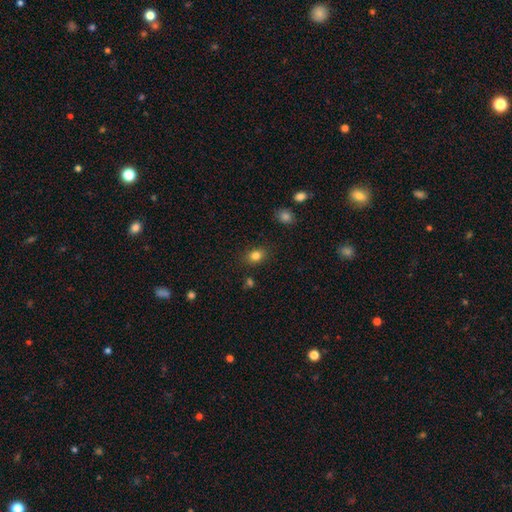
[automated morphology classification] A smooth galaxy with no disk features (82%) that is in between round and cigar-shaped (65%). Merging: none (84%).